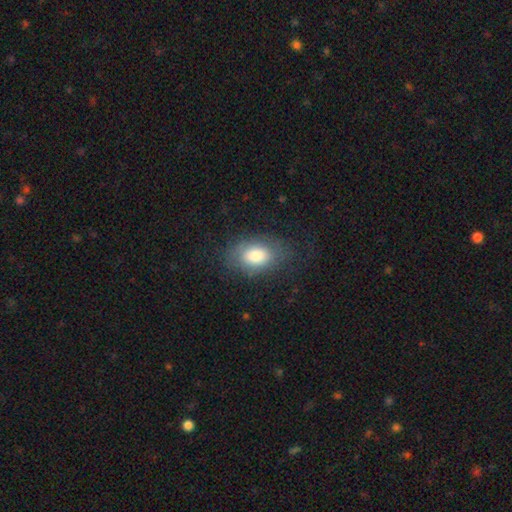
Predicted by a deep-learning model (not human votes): This appears to be a smooth galaxy with no disk features (77%) that is in between round and cigar-shaped (85%). Merging: none (70%).